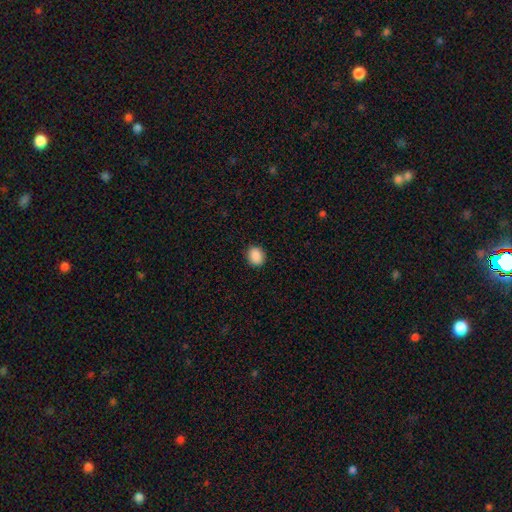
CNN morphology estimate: smooth 89%, star or artifact 8%, featured or disk 3%. Down the decision tree: how rounded — round (62%); merging — none (89%).